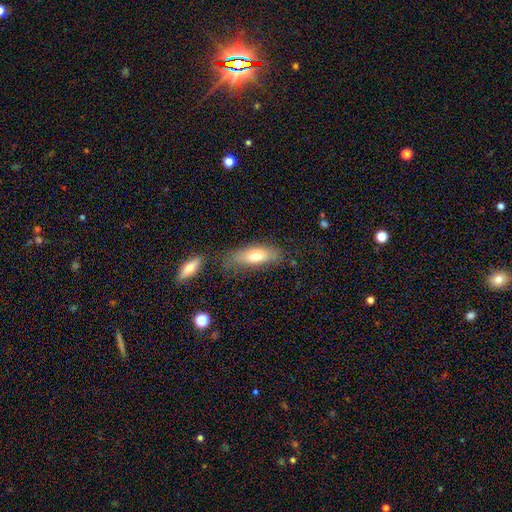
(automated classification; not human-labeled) A smooth galaxy with no disk features (70%) that is in between round and cigar-shaped (62%).

Vote fractions:
- Smooth or featured? smooth: 70% / featured or disk: 23% / star or artifact: 7%
- How rounded? in between: 62% / cigar-shaped: 35% / round: 3%
- Merging? none: 65% / minor disturbance: 20% / merger: 7% / major disturbance: 7%